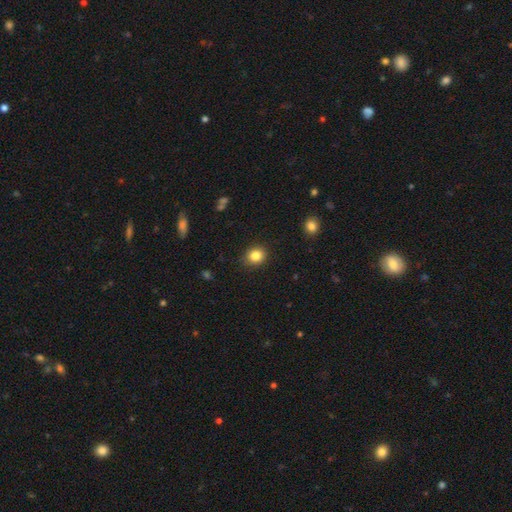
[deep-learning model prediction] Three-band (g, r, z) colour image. It shows a smooth galaxy with no disk features (84%) that is round (67%). Merging: none (88%).